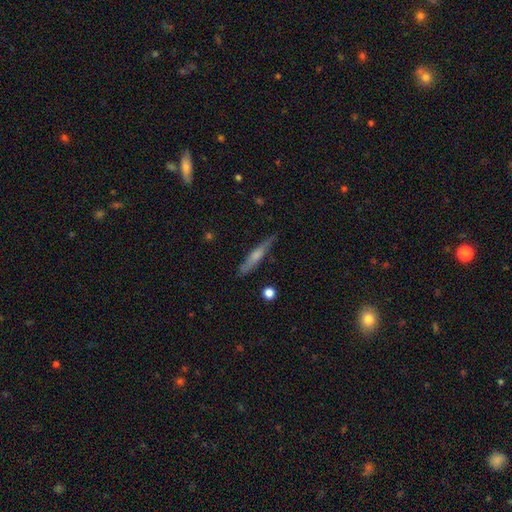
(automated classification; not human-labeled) The model was most divided on "smooth or featured": smooth: 50%, featured or disk: 44%, star or artifact: 6%. More confident: merging — none (80%).